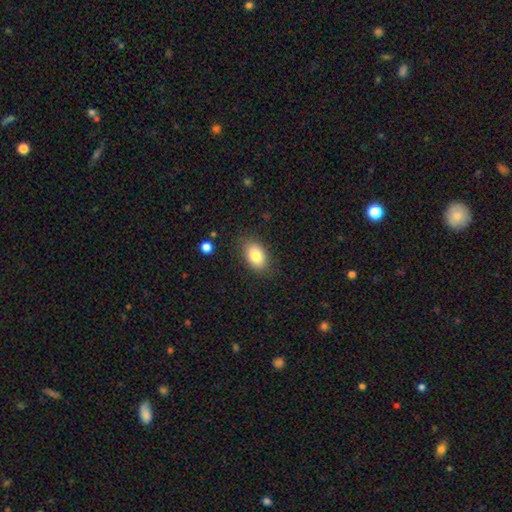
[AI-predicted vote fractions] Q: Smooth or featured?
A: smooth (83%); runner-up: featured or disk (9%)
Q: How rounded?
A: in between (87%); runner-up: round (12%)
Q: Merging?
A: none (84%); runner-up: minor disturbance (12%)